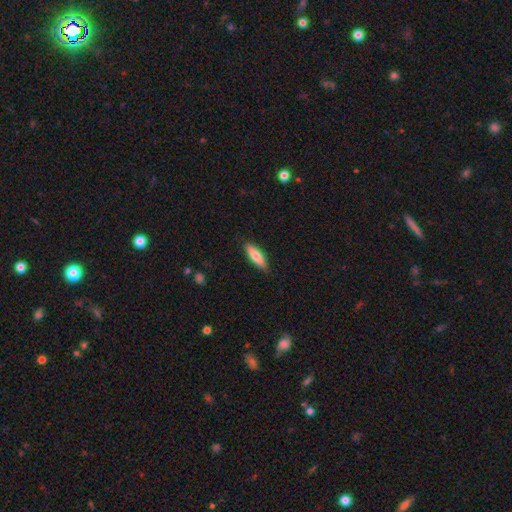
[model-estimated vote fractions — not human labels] The model was most divided on "how rounded": cigar-shaped: 51%, in between: 47%, round: 2%. More confident: merging — none (87%); smooth or featured — smooth (75%).